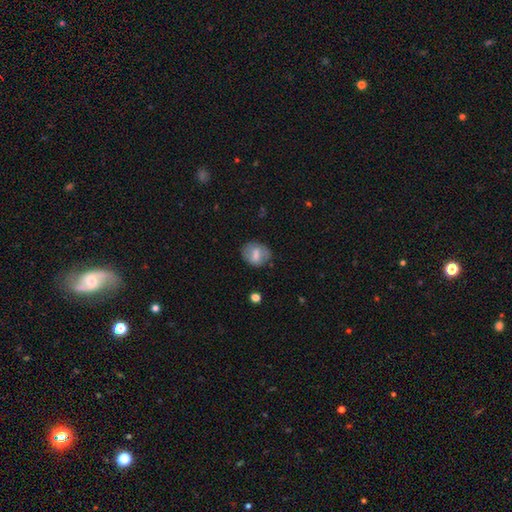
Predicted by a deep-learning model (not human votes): Morphology: type=smooth (63%); roundness=round (50%); merging=none (73%).